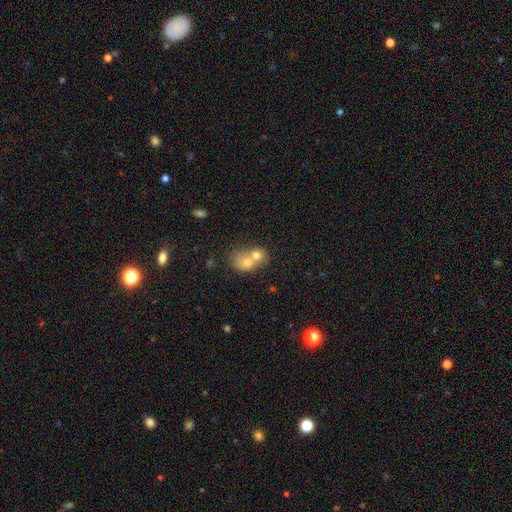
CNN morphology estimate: Smooth or featured: smooth — 62% (featured or disk — 22%)
How rounded: round — 62% (in between — 37%)
Merging: merger — 62% (none — 29%)